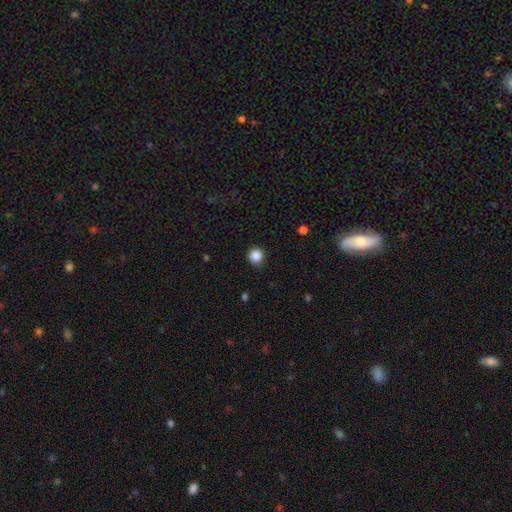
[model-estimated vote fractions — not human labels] This is clearly a smooth galaxy (86%). How rounded: clearly round (93%). Merging: clearly none (89%).